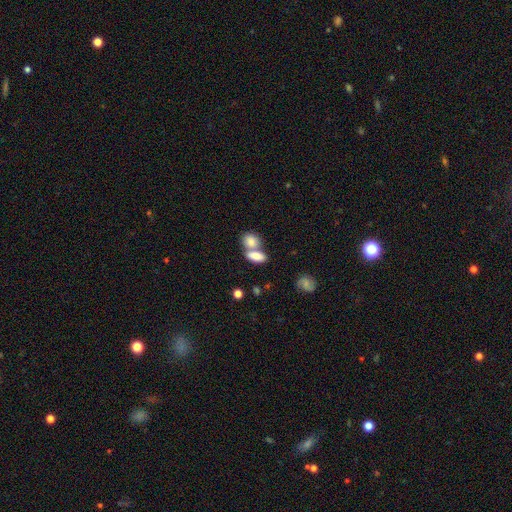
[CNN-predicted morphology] Smooth or featured? smooth (82%)
How rounded? in between (83%)
Merging? merger (58%)